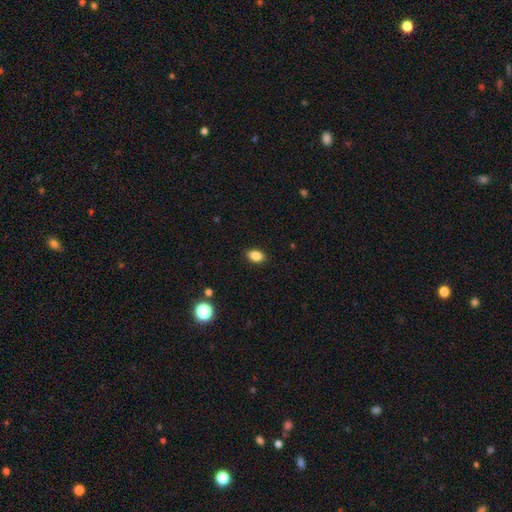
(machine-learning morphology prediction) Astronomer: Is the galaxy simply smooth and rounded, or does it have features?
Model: smooth — 85%.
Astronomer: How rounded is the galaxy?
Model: in between — 85%.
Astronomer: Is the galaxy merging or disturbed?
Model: none — 89%.